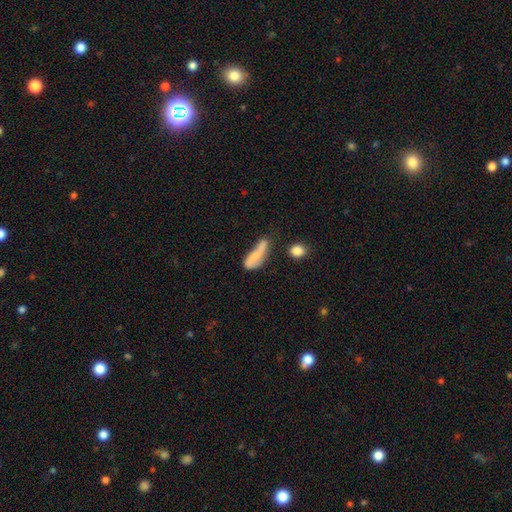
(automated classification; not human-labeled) The model was most divided on "how rounded": in between: 49%, cigar-shaped: 47%, round: 4%. Remaining: smooth or featured — smooth (60%); merging — none (32%).